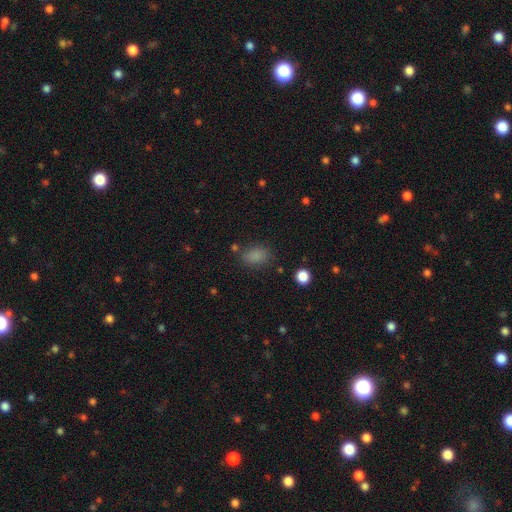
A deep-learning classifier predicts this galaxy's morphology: Q: Smooth or featured?
A: smooth (83%); runner-up: star or artifact (13%)
Q: How rounded?
A: in between (80%); runner-up: round (18%)
Q: Merging?
A: none (76%); runner-up: minor disturbance (16%)